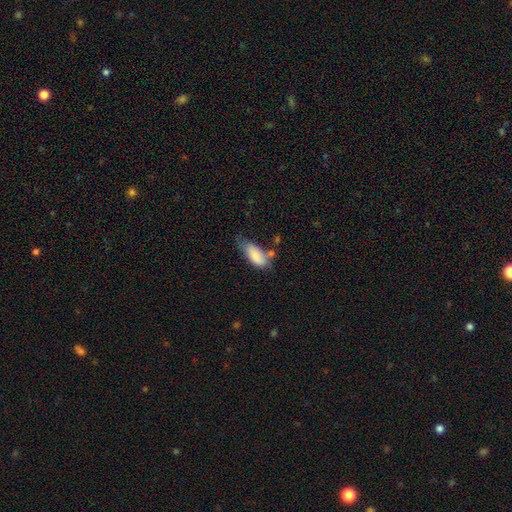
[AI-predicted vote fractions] A smooth galaxy with no disk features (82%) that is in between round and cigar-shaped (82%). Merging: minor disturbance (39%).